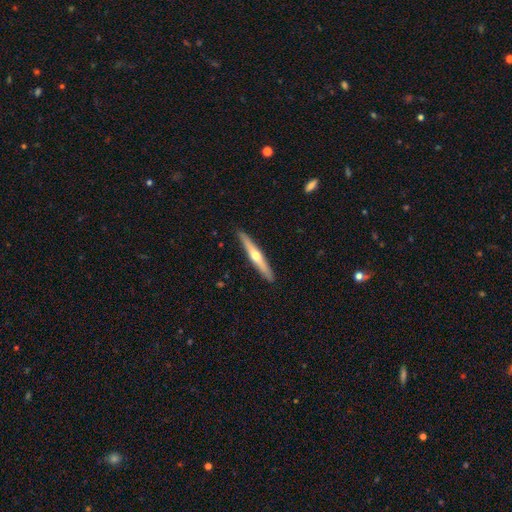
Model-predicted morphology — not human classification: type=featured or disk (63%); edge-on=yes (97%); edge-on bulge=rounded (89%); merging=none (91%).